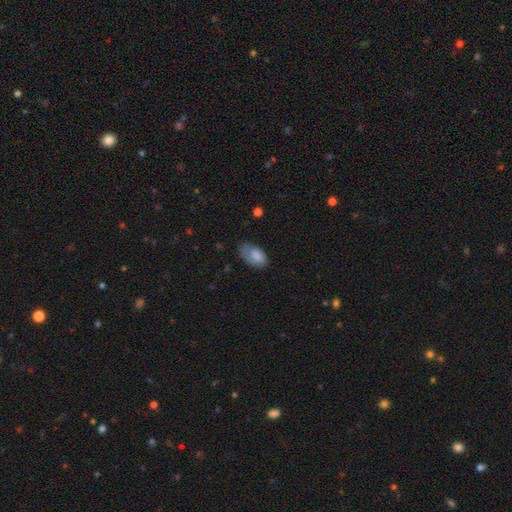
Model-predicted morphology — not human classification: smooth_or_featured: smooth (p=0.82) [alt: featured or disk p=0.11]
how_rounded: in between (p=0.93) [alt: round p=0.05]
merging: none (p=0.47) [alt: minor disturbance p=0.36]